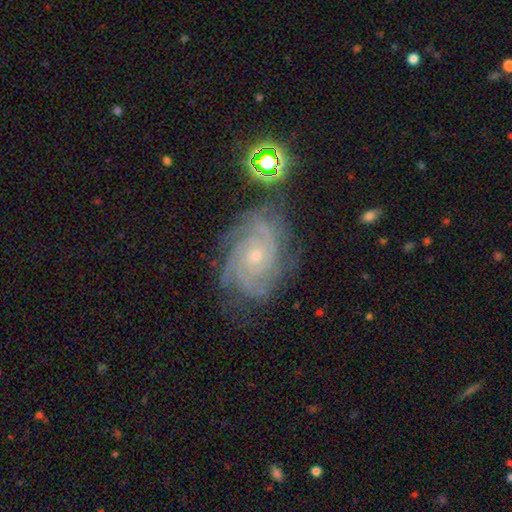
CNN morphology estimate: Smooth or featured? Predicted: featured or disk (p=0.86). Edge-on disk? Predicted: no (p=0.97). Bar? Predicted: no (p=0.75). Spiral arms? Predicted: yes (p=0.98). Spiral winding? Predicted: tight (p=0.73). Spiral arm count? Predicted: 4 (p=0.29). Bulge size? Predicted: small (p=0.73). Merging? Predicted: none (p=0.76).